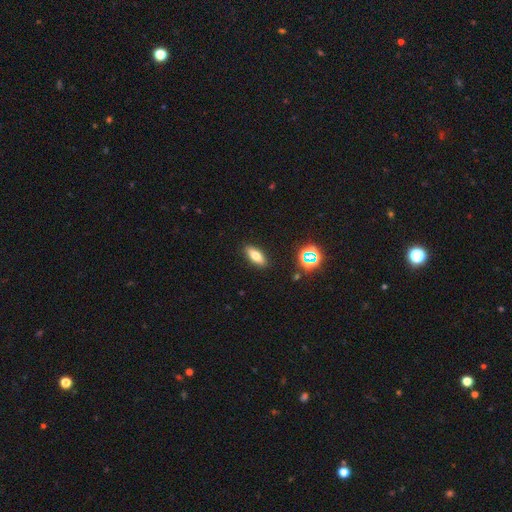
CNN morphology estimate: A smooth galaxy with no disk features (65%) that is in between round and cigar-shaped (66%). Merging: none (89%).